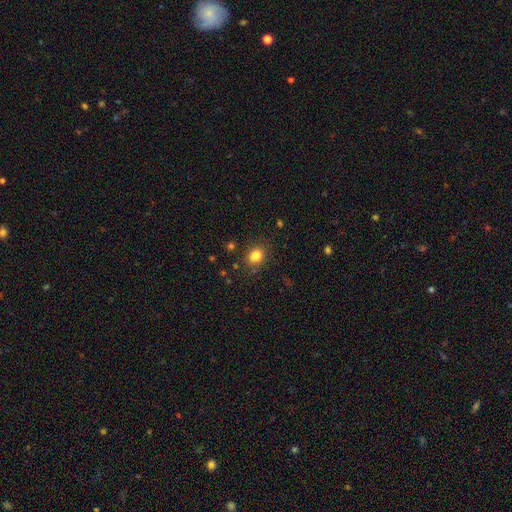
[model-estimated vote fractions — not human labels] Smooth or featured? Predicted: smooth (p=0.83). How rounded? Predicted: round (p=0.52). Merging? Predicted: none (p=0.83).